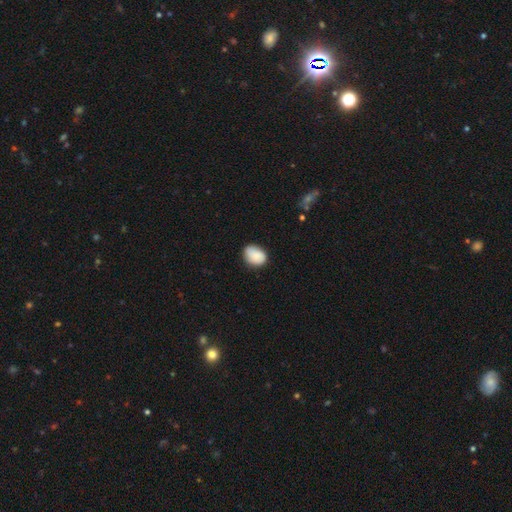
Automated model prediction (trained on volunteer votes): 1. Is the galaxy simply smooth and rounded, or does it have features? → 84% smooth, 9% featured or disk, 7% star or artifact.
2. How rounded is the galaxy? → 67% in between, 32% round, 1% cigar-shaped.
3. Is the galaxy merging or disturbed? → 72% none, 23% minor disturbance, 4% major disturbance, 1% merger.